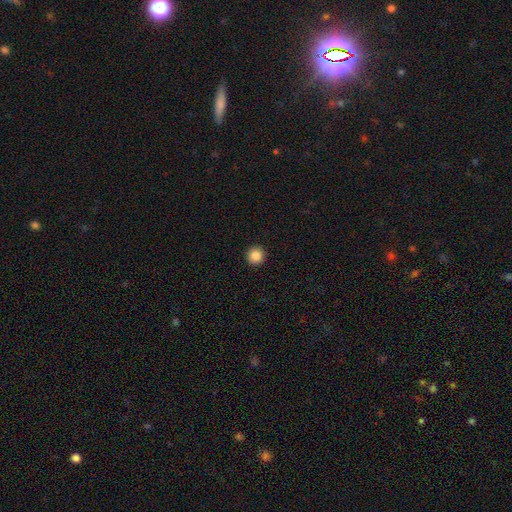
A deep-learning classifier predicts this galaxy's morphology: smooth-or-featured: smooth: 86% | star or artifact: 10% | featured or disk: 4%
  how-rounded: round: 95% | in between: 4% | cigar-shaped: 1%
  merging: none: 93% | minor disturbance: 4% | major disturbance: 1% | merger: 1%